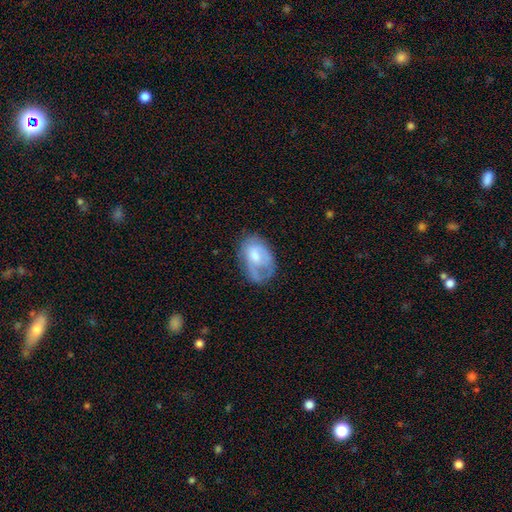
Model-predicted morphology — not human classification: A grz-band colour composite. It shows a smooth galaxy with no disk features (49%). Merging: none (46%).